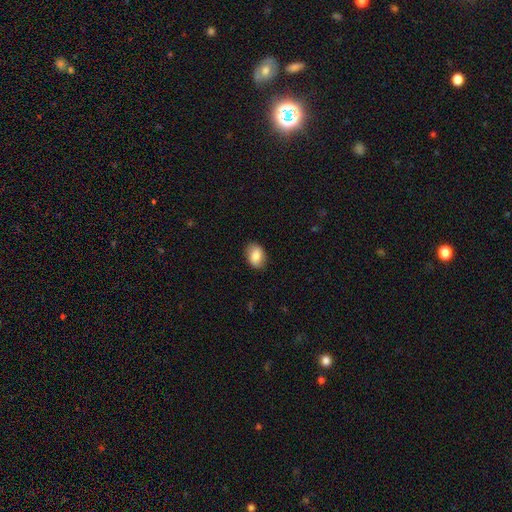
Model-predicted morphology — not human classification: Smooth or featured: smooth — 83% (featured or disk — 10%)
How rounded: in between — 81% (round — 18%)
Merging: none — 84% (minor disturbance — 12%)